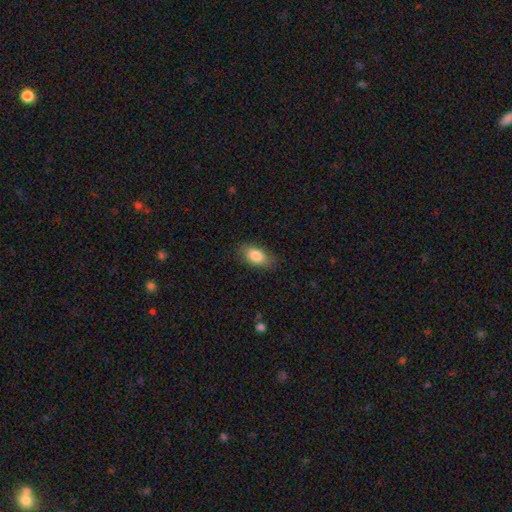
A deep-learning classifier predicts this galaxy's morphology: Q: Smooth or featured?
A: smooth (84%); runner-up: featured or disk (9%)
Q: How rounded?
A: in between (88%); runner-up: round (6%)
Q: Merging?
A: none (80%); runner-up: minor disturbance (15%)